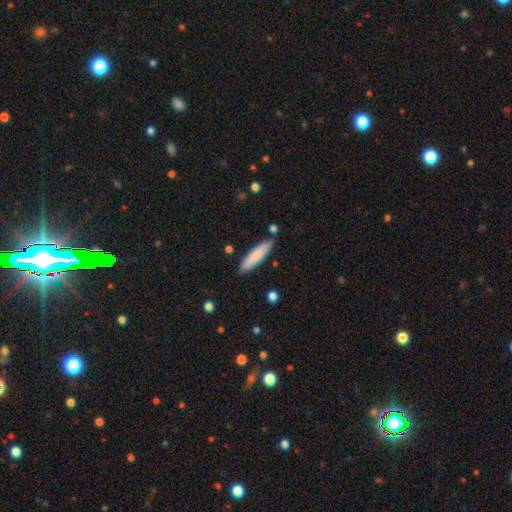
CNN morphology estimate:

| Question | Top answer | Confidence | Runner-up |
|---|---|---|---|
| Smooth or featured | smooth | 82% | featured or disk (12%) |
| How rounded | cigar-shaped | 75% | in between (24%) |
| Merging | none | 86% | minor disturbance (10%) |